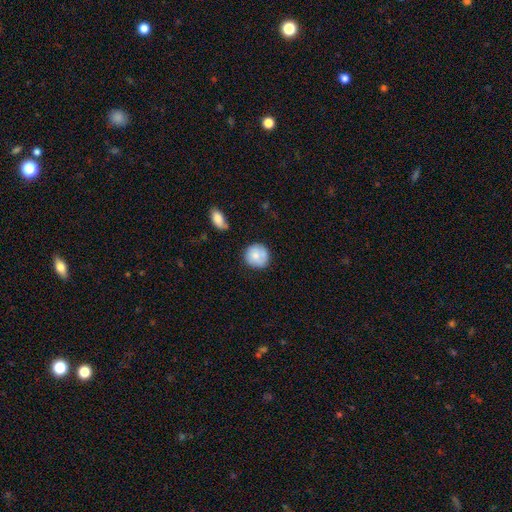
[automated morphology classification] Smooth or featured: smooth — 77% (featured or disk — 16%)
How rounded: round — 92% (in between — 7%)
Merging: none — 75% (minor disturbance — 18%)